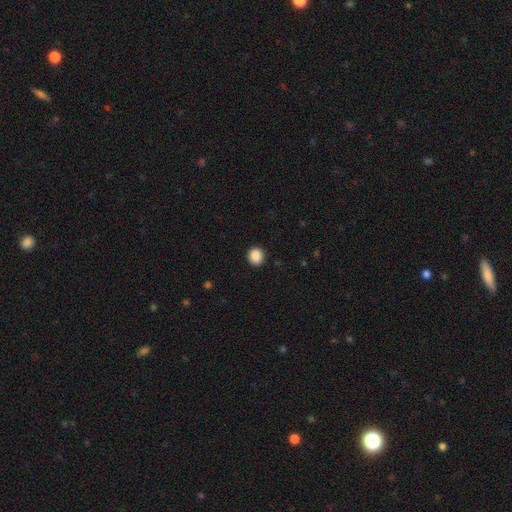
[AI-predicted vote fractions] A smooth galaxy with no disk features (89%) that is round (82%). Merging: none (91%).